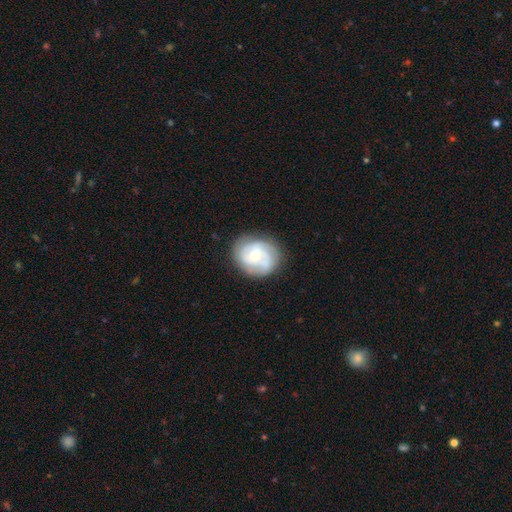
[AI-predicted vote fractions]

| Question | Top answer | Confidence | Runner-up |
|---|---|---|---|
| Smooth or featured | featured or disk | 66% | smooth (28%) |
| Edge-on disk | no | 98% | yes (2%) |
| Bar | no | 72% | weak (24%) |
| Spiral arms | yes | 84% | no (16%) |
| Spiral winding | tight | 55% | medium (33%) |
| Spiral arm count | can't tell | 30% | tied: 3 (30%) |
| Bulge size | moderate | 53% | small (41%) |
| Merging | none | 74% | minor disturbance (18%) |